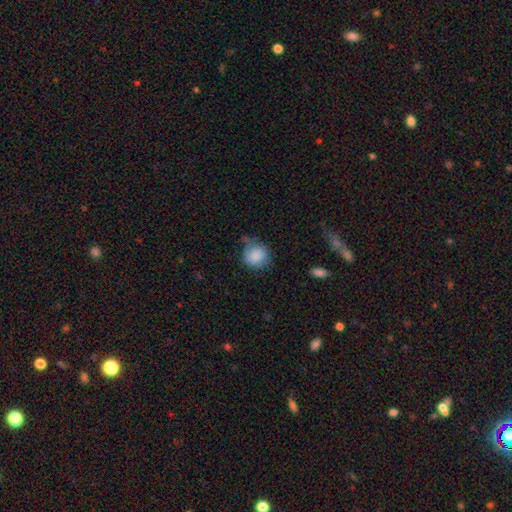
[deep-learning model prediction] Q: Smooth or featured?
A: smooth (84%); runner-up: featured or disk (8%)
Q: How rounded?
A: round (81%); runner-up: in between (18%)
Q: Merging?
A: none (48%); runner-up: minor disturbance (34%)